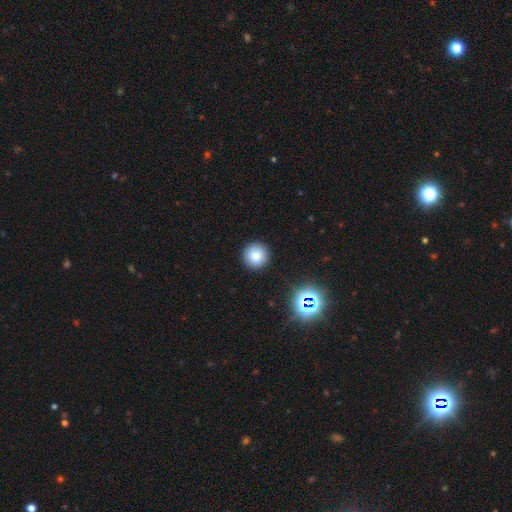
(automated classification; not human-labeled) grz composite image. It shows a smooth galaxy with no disk features (80%) that is round (96%). Merging: none (92%).